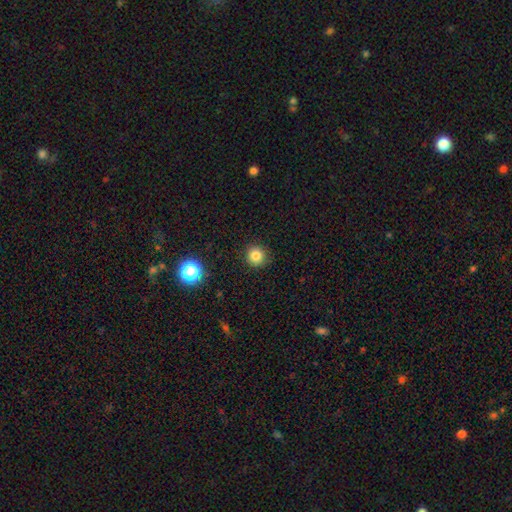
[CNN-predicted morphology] smooth 82%, star or artifact 13%, featured or disk 5%. Down the decision tree: how rounded — round (93%); merging — none (91%).